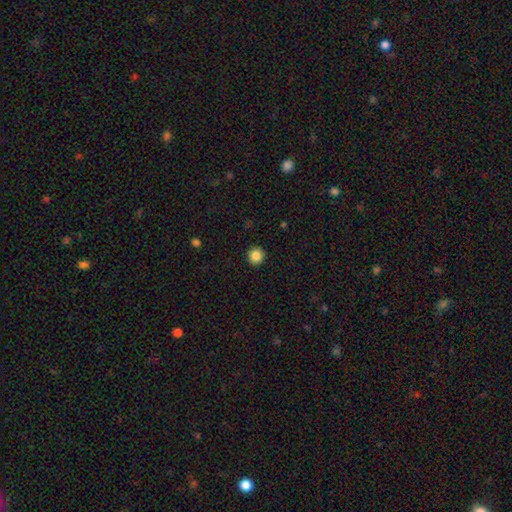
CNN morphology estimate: Overall: smooth (86%). How rounded: round (95%). Merging: none (93%).